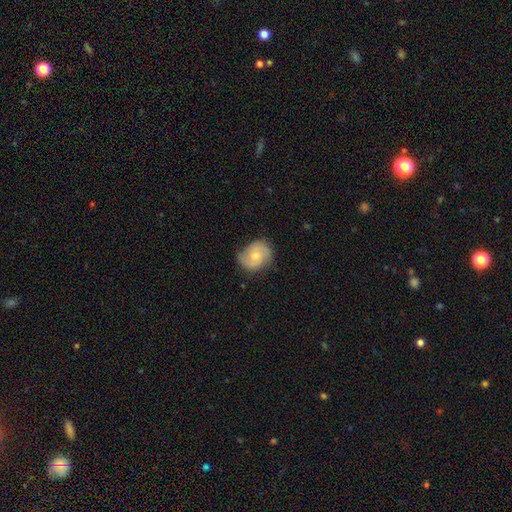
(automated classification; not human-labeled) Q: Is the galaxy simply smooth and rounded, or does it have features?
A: featured or disk — 47%, tied with smooth.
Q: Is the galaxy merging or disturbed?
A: none — 68%.